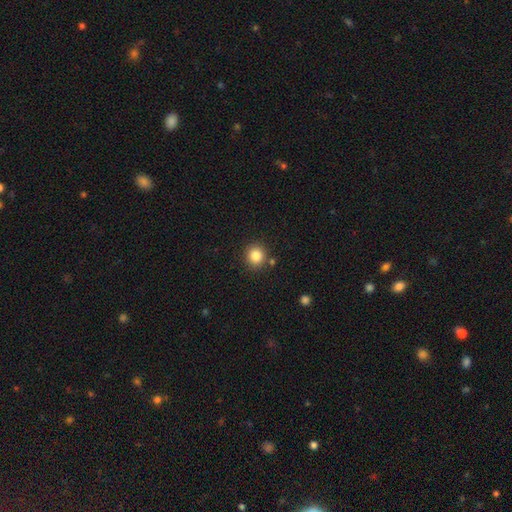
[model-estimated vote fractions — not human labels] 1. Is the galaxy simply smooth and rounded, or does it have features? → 84% smooth, 11% star or artifact, 5% featured or disk.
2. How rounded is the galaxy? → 91% round, 8% in between, 1% cigar-shaped.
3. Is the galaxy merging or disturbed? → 85% none, 8% minor disturbance, 5% merger, 2% major disturbance.